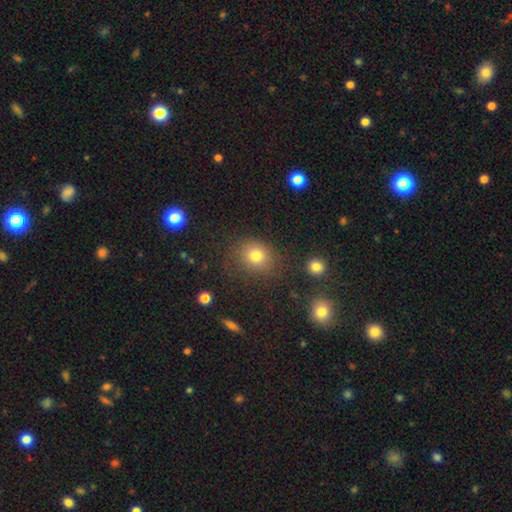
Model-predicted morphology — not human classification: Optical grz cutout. It shows a smooth galaxy with no disk features (77%) that is round (73%). Merging: none (79%).